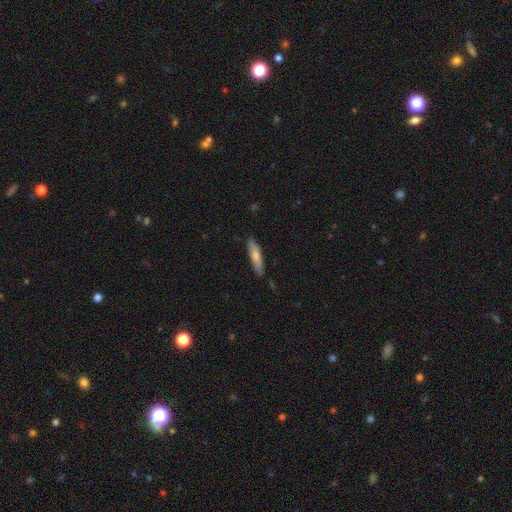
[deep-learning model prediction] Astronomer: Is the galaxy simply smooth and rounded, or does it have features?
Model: smooth — 67%.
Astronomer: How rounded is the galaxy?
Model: cigar-shaped — 83%.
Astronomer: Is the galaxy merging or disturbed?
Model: none — 84%.